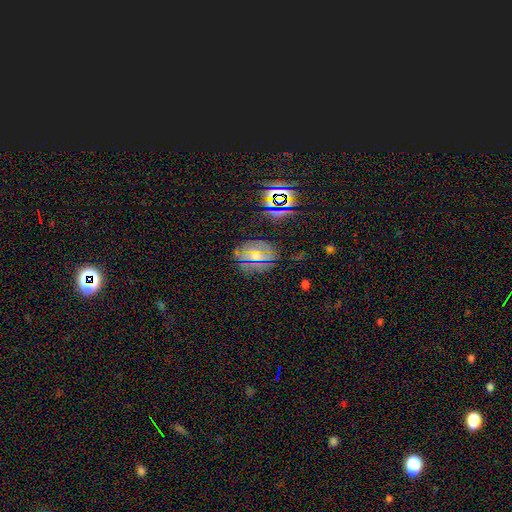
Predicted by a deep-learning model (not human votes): Q: Smooth or featured?
A: star or artifact (48%); runner-up: featured or disk (30%)